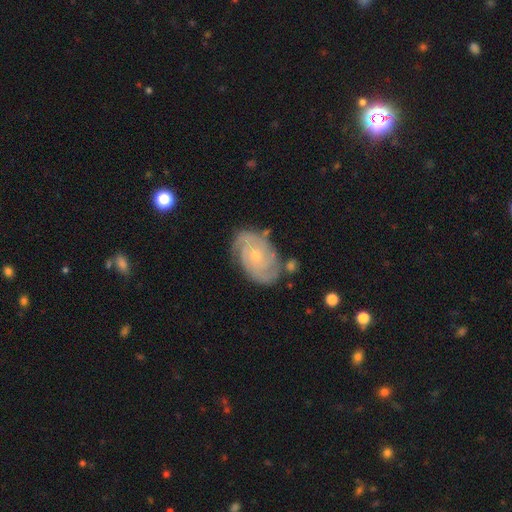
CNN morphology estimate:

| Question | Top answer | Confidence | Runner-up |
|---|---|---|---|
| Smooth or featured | featured or disk | 84% | smooth (11%) |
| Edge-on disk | no | 97% | yes (3%) |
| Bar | no | 78% | weak (19%) |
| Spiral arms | yes | 95% | no (5%) |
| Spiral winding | tight | 67% | medium (26%) |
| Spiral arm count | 2 | 37% | can't tell (25%) |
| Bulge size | small | 75% | moderate (21%) |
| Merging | none | 74% | minor disturbance (18%) |